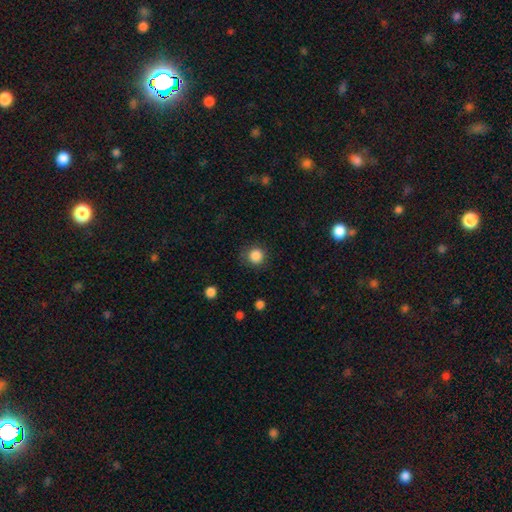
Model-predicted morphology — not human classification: The model was most divided on "merging": none: 85%, minor disturbance: 10%, major disturbance: 4%, merger: 1%. More confident: how rounded — round (93%); smooth or featured — smooth (86%).